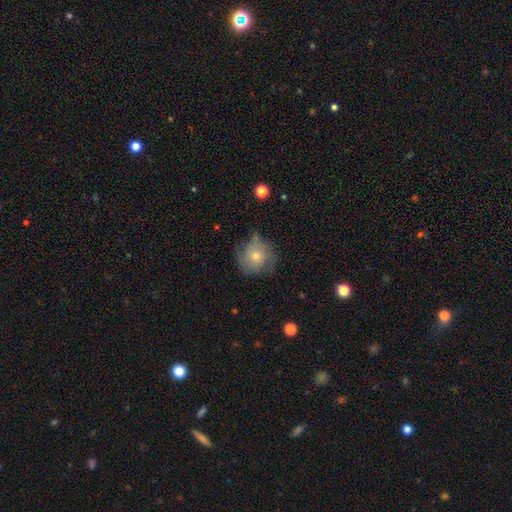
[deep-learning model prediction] Smooth or featured? smooth (69%)
How rounded? round (88%)
Merging? none (60%)